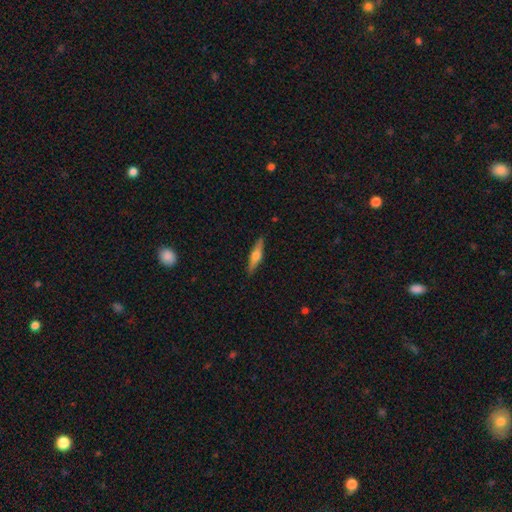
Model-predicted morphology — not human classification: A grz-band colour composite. It shows a featured or disk galaxy (54%) viewed edge-on (95%) with a rounded central bulge (89%). Merging: none (89%).